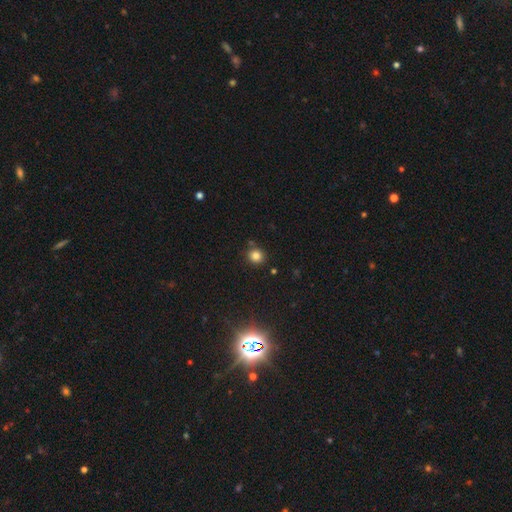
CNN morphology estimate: type=smooth (82%); roundness=round (90%); merging=none (83%).